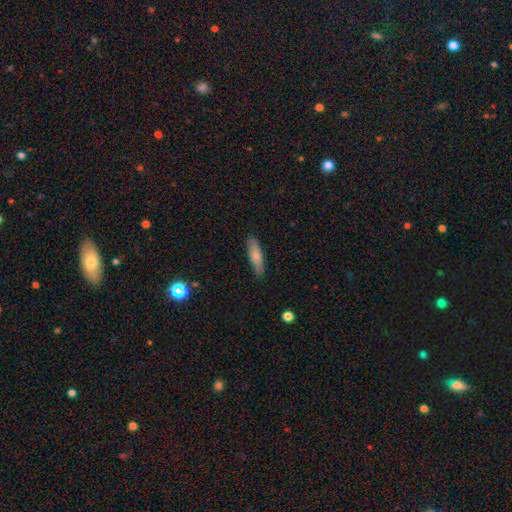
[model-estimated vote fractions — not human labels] A smooth galaxy with no disk features (75%) that is cigar-shaped (65%). Merging: none (87%).